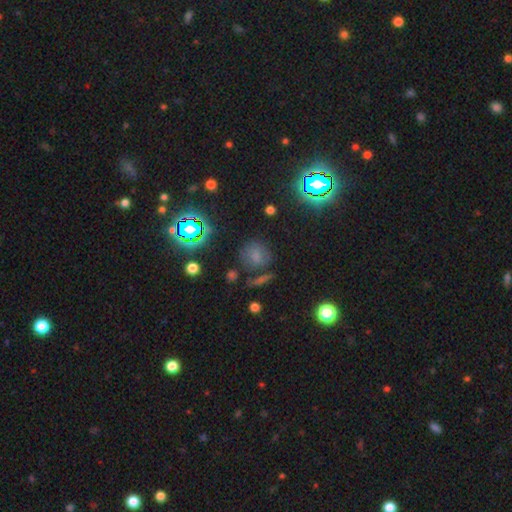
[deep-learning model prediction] Smooth or featured? Predicted: smooth (p=0.58). How rounded? Predicted: round (p=0.81). Merging? Predicted: none (p=0.69).